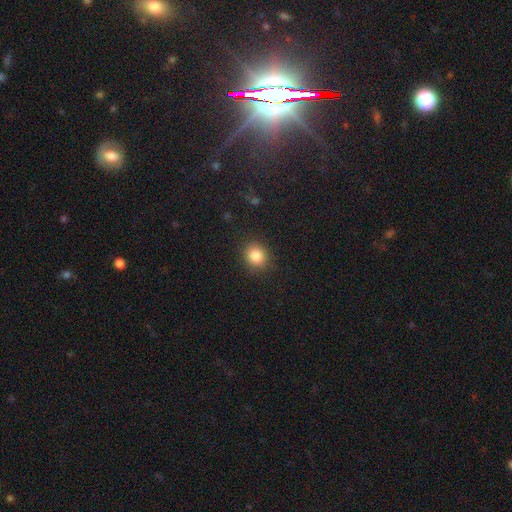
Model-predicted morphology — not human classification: Overall: smooth (84%). How rounded: round (77%). Merging: none (88%).